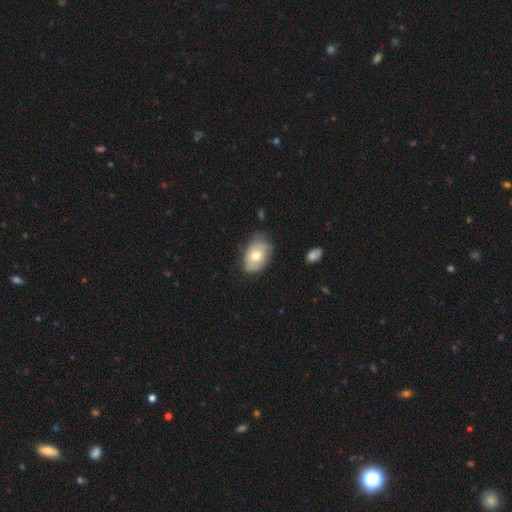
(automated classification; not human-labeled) smooth_or_featured: smooth (p=0.62) [alt: featured or disk p=0.31]
how_rounded: in between (p=0.83) [alt: round p=0.16]
merging: none (p=0.62) [alt: minor disturbance p=0.30]